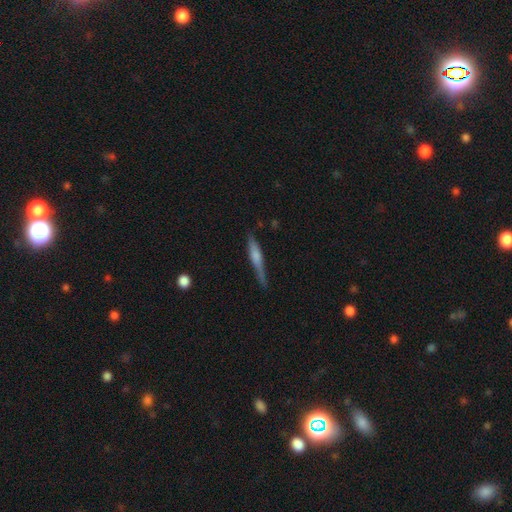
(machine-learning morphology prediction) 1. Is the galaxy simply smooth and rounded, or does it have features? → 49% featured or disk, 44% smooth, 7% star or artifact.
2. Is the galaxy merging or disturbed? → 70% none, 23% minor disturbance, 6% major disturbance, 2% merger.